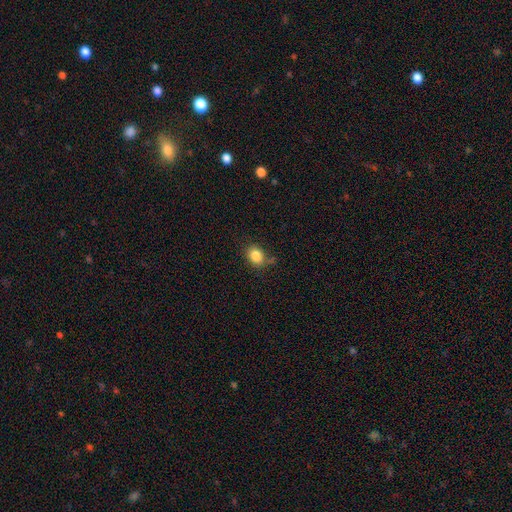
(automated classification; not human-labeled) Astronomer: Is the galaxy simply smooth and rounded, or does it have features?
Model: smooth — 85%.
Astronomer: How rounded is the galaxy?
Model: in between — 52% (runner-up: round, 47%).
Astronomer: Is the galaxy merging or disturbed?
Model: none — 72%.